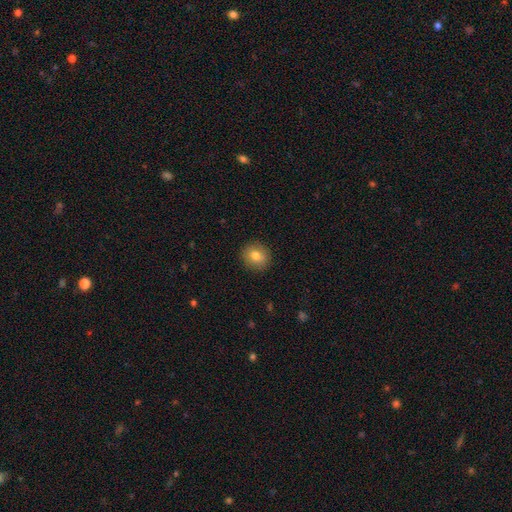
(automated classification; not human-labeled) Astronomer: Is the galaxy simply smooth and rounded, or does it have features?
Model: smooth — 79%.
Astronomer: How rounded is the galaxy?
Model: round — 82%.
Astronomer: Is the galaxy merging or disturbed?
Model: none — 90%.